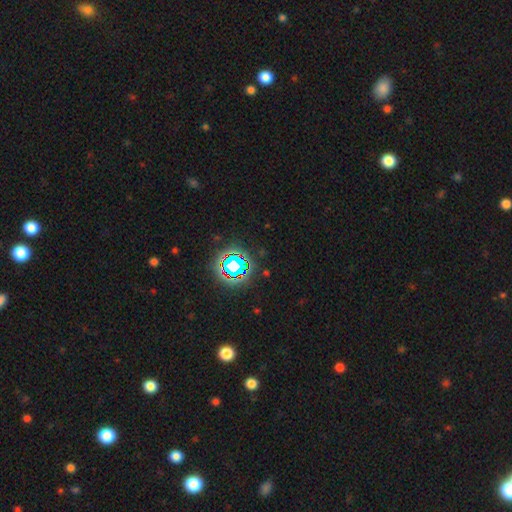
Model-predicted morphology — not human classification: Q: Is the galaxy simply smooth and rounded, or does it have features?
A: star or artifact — 79%.